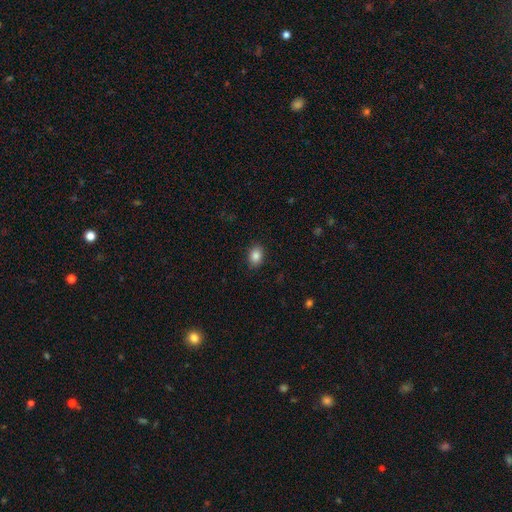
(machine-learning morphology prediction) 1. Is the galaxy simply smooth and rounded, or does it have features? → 86% smooth, 9% star or artifact, 5% featured or disk.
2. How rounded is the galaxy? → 67% in between, 32% round, 1% cigar-shaped.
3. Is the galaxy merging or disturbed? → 88% none, 9% minor disturbance, 2% major disturbance, 1% merger.